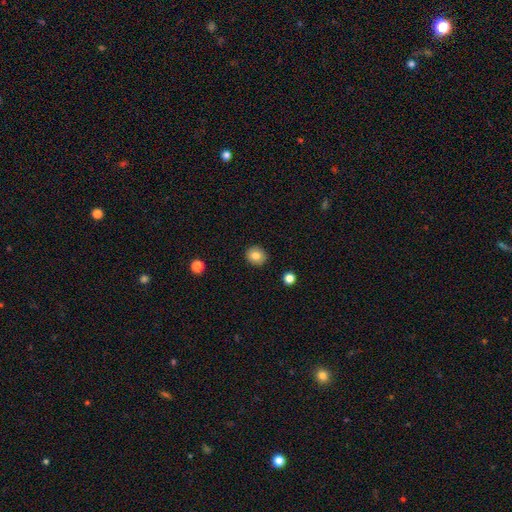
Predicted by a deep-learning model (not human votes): Morphology: type=smooth (81%); roundness=round (83%); merging=none (91%).